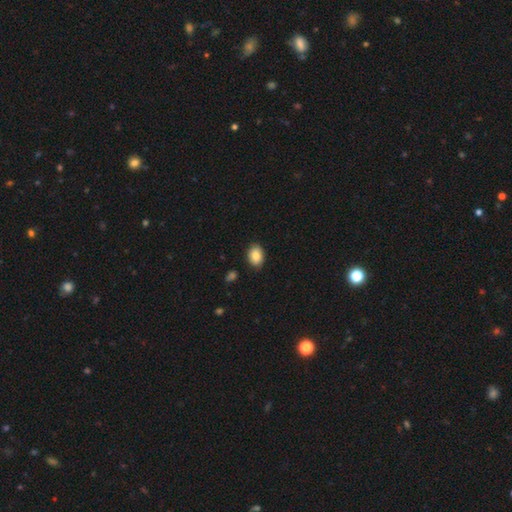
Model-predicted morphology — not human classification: This appears to be a smooth galaxy with no disk features (85%) that is in between round and cigar-shaped (78%). Merging: none (87%).